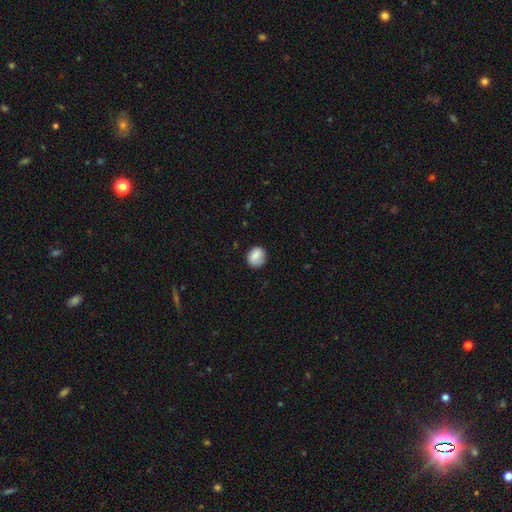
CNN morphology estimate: type=smooth (83%); roundness=round (71%); merging=none (78%).